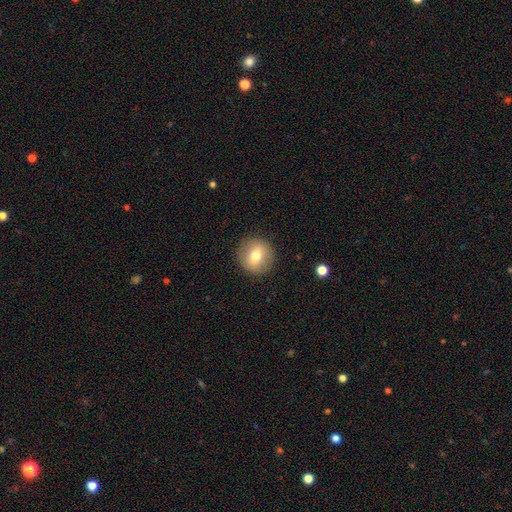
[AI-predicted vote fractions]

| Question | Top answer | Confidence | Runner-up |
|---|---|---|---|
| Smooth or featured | smooth | 69% | featured or disk (22%) |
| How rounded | round | 92% | in between (7%) |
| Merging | none | 90% | minor disturbance (7%) |